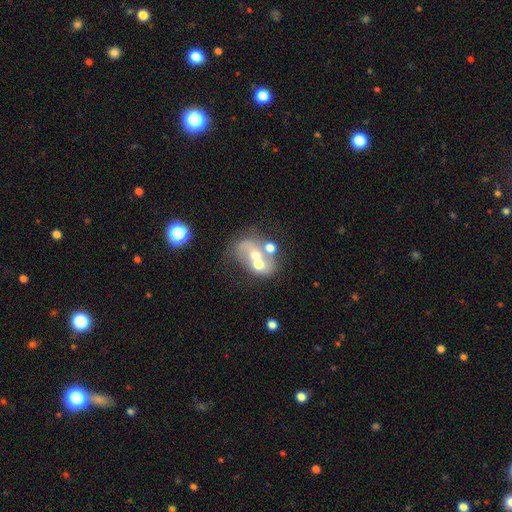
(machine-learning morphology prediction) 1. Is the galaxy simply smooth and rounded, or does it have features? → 59% featured or disk, 29% smooth, 12% star or artifact.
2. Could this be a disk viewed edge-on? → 97% no, 3% yes.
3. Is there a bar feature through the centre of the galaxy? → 74% no, 18% weak, 7% strong.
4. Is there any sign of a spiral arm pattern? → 51% no, 49% yes.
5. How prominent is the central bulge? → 59% moderate, 23% small, 8% large, 7% none, 3% dominant.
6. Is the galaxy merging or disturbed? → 52% merger, 23% none, 13% major disturbance, 11% minor disturbance.